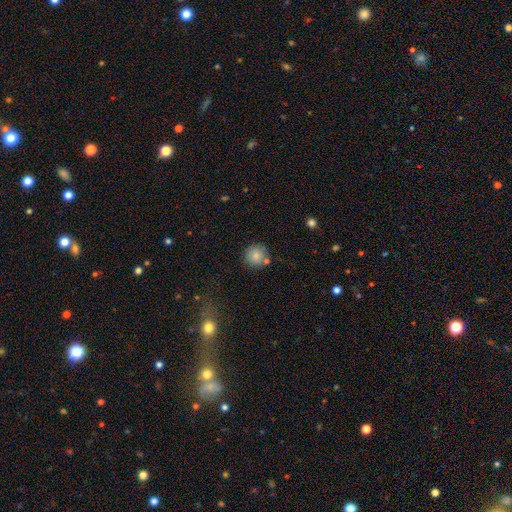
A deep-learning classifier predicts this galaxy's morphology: smooth_or_featured: smooth (p=0.83) [alt: star or artifact p=0.10]
how_rounded: round (p=0.94) [alt: in between p=0.05]
merging: none (p=0.78) [alt: minor disturbance p=0.10]